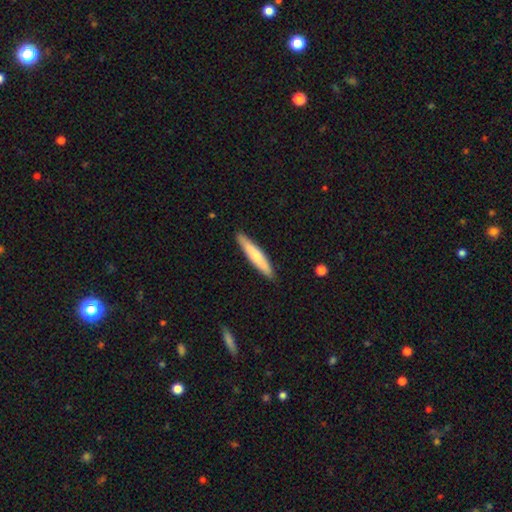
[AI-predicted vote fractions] A smooth galaxy with no disk features (64%) that is cigar-shaped (91%). Merging: none (90%).